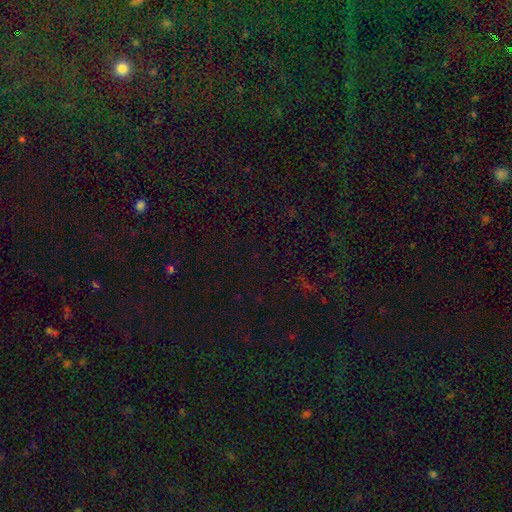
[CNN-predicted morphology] Smooth or featured: star or artifact — 74% (smooth — 19%)